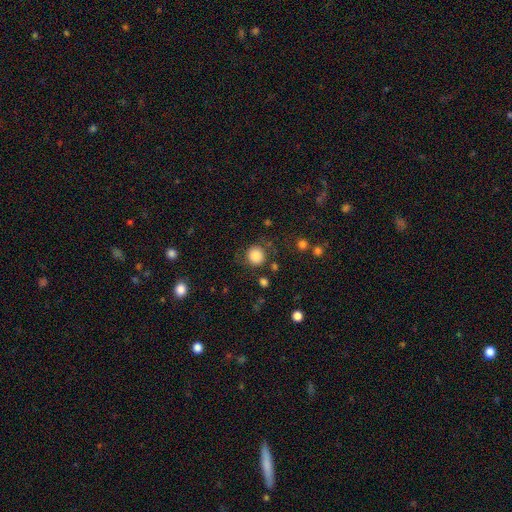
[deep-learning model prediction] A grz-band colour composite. It shows a smooth galaxy with no disk features (86%) that is round (92%). Merging: none (78%).